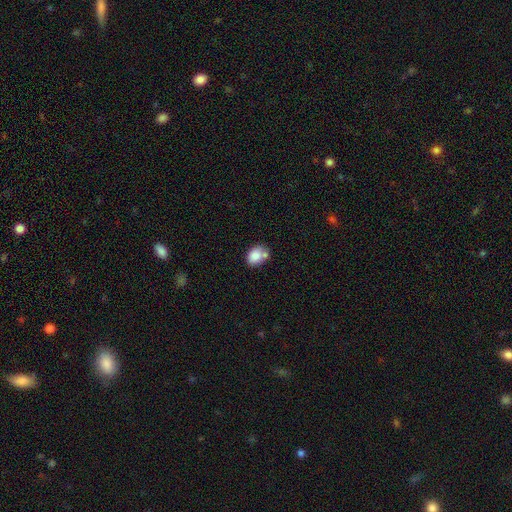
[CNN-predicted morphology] Smooth or featured?
  - smooth: 82% *
  - featured or disk: 10%
  - star or artifact: 8%
How rounded?
  - in between: 66% *
  - round: 33%
  - cigar-shaped: 1%
Merging?
  - none: 51% *
  - merger: 26%
  - minor disturbance: 18%
  - major disturbance: 5%